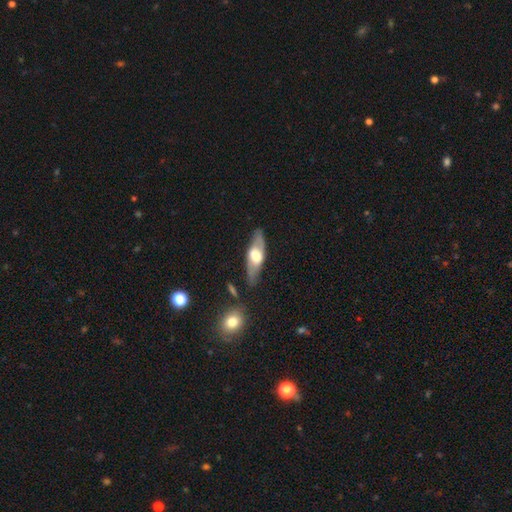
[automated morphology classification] Overall: featured or disk (58%; smooth 37%). Edge-on disk: yes (61%; no 39%). Merging: none (77%).